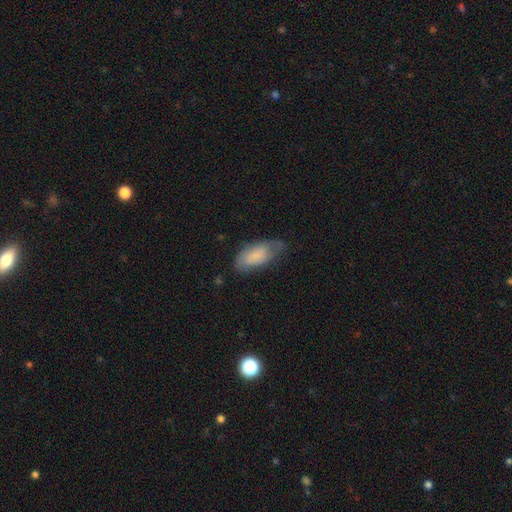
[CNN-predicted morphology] This appears to be a smooth galaxy with no disk features (74%) that is in between round and cigar-shaped (88%). Merging: none (57%).